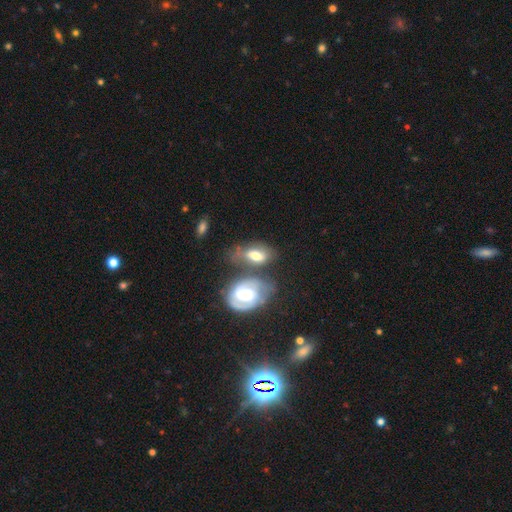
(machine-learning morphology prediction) Smooth or featured: smooth — 53% (featured or disk — 41%)
How rounded: in between — 87% (round — 9%)
Merging: merger — 36% (tied with none — 36%)